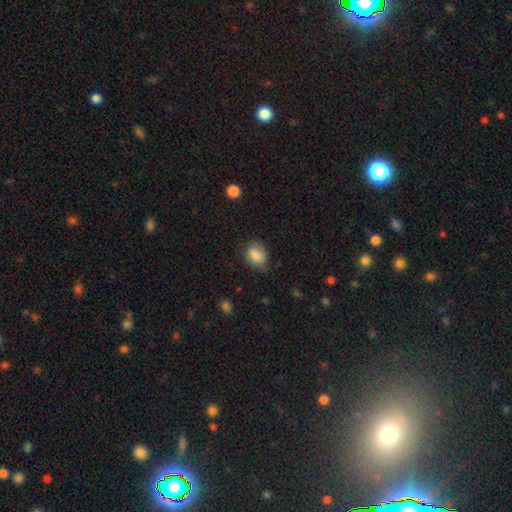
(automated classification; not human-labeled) A smooth galaxy with no disk features (82%) that is in between round and cigar-shaped (58%).

Vote fractions:
- Smooth or featured? smooth: 82% / featured or disk: 10% / star or artifact: 8%
- How rounded? in between: 58% / round: 41% / cigar-shaped: 1%
- Merging? none: 66% / minor disturbance: 26% / major disturbance: 6% / merger: 1%